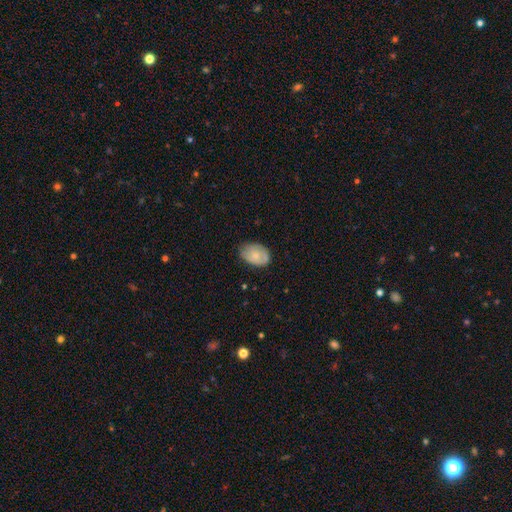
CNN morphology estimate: smooth_or_featured: smooth (p=0.68) [alt: featured or disk p=0.25]
how_rounded: in between (p=0.83) [alt: round p=0.16]
merging: none (p=0.64) [alt: minor disturbance p=0.29]